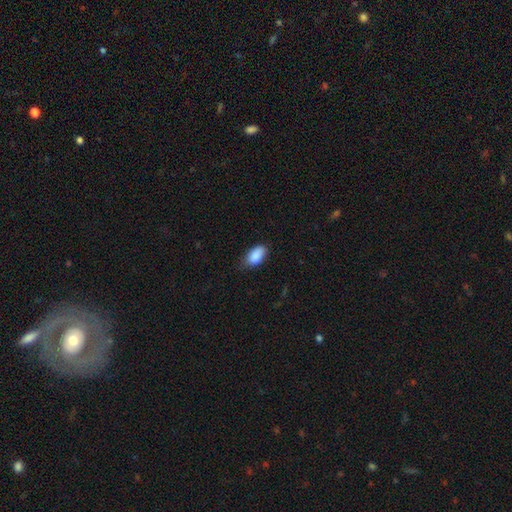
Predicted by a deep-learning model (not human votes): Q: Smooth or featured?
A: smooth (88%); runner-up: star or artifact (7%)
Q: How rounded?
A: in between (93%); runner-up: round (4%)
Q: Merging?
A: none (68%); runner-up: minor disturbance (27%)